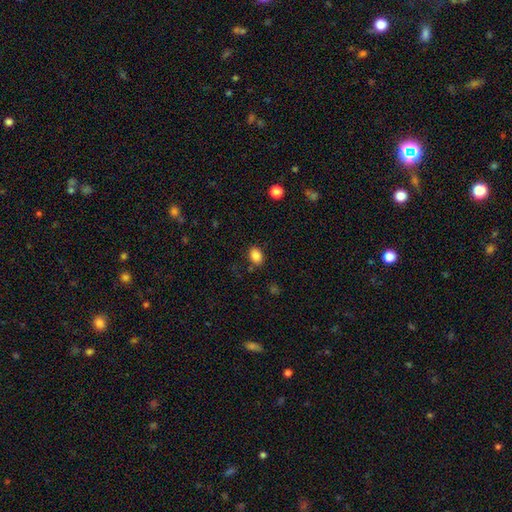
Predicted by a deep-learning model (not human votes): Q: Smooth or featured?
A: smooth (86%); runner-up: star or artifact (10%)
Q: How rounded?
A: in between (74%); runner-up: round (25%)
Q: Merging?
A: none (82%); runner-up: minor disturbance (12%)